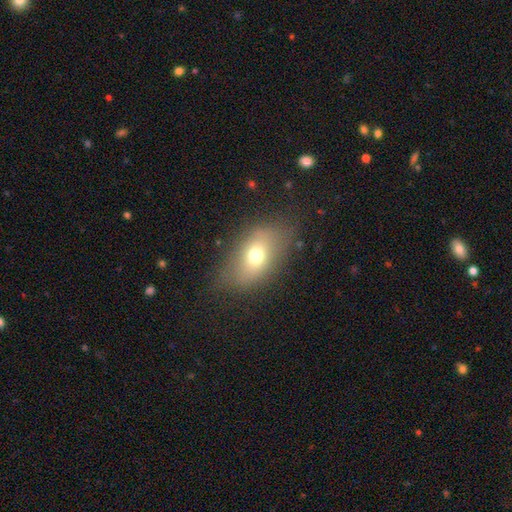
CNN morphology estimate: Q: Smooth or featured?
A: smooth (68%); runner-up: featured or disk (21%)
Q: How rounded?
A: in between (82%); runner-up: round (14%)
Q: Merging?
A: none (75%); runner-up: minor disturbance (16%)